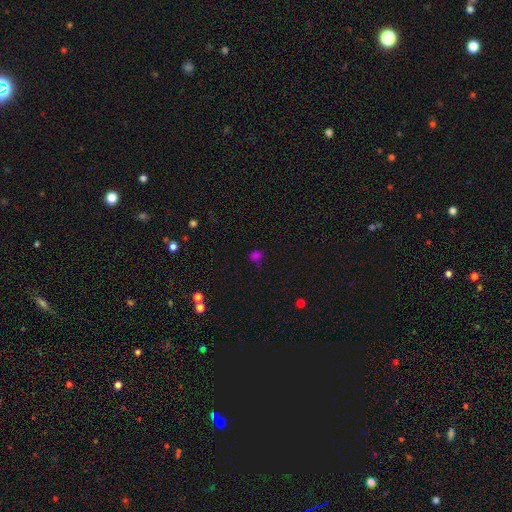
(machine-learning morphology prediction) type=smooth (66%); roundness=round (64%); merging=none (63%).